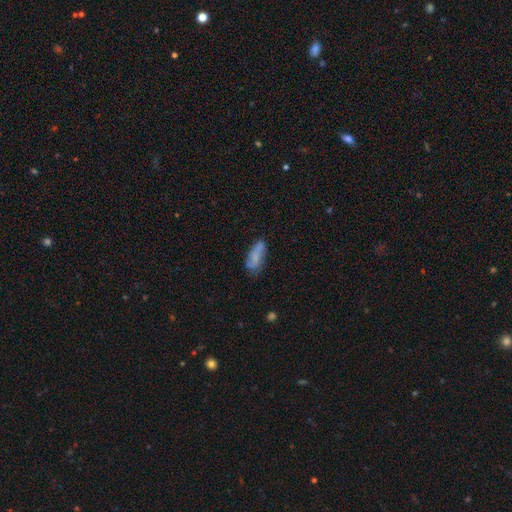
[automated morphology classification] Smooth or featured?
  - smooth: 65% *
  - featured or disk: 27%
  - star or artifact: 9%
How rounded?
  - in between: 70% *
  - cigar-shaped: 27%
  - round: 3%
Merging?
  - none: 61% *
  - minor disturbance: 26%
  - major disturbance: 9%
  - merger: 4%